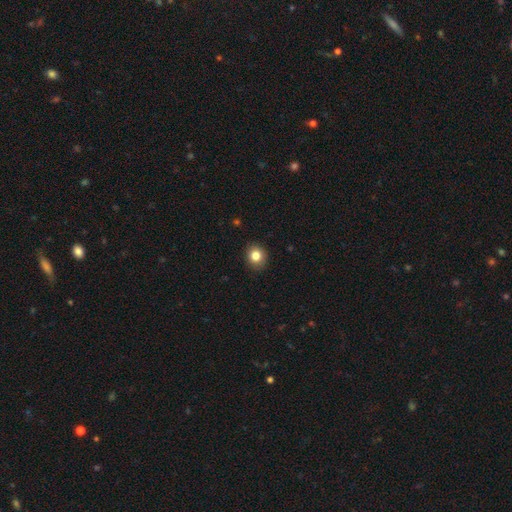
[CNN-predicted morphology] smooth-or-featured: smooth: 84% | star or artifact: 10% | featured or disk: 6%
  how-rounded: round: 77% | in between: 22% | cigar-shaped: 1%
  merging: none: 90% | minor disturbance: 8% | major disturbance: 2% | merger: 1%